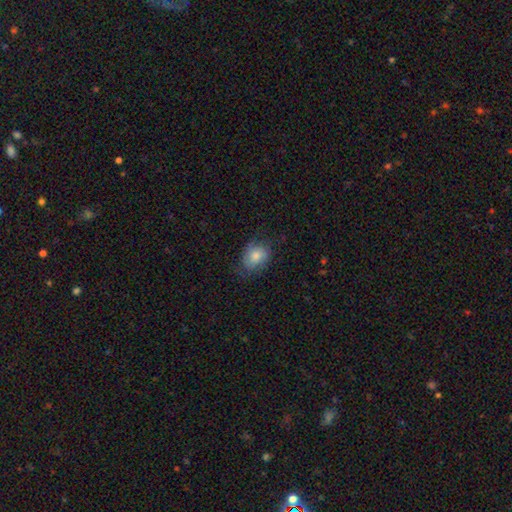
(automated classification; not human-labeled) The model was most divided on "how rounded": in between: 60%, round: 39%, cigar-shaped: 1%. More confident: merging — none (66%); smooth or featured — smooth (65%).